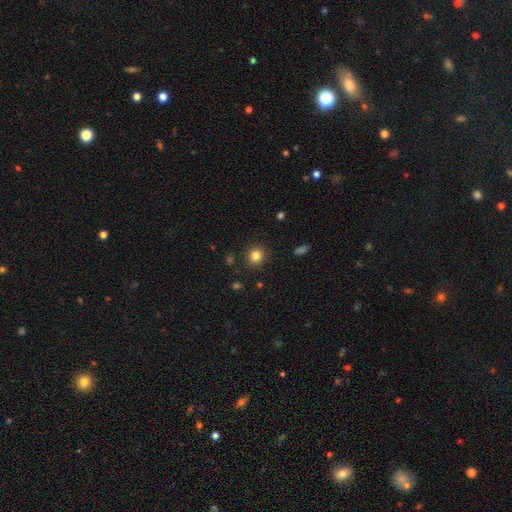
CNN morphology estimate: Smooth or featured?
  - smooth: 83% *
  - star or artifact: 12%
  - featured or disk: 6%
How rounded?
  - round: 83% *
  - in between: 16%
  - cigar-shaped: 1%
Merging?
  - none: 89% *
  - minor disturbance: 7%
  - major disturbance: 2%
  - merger: 1%